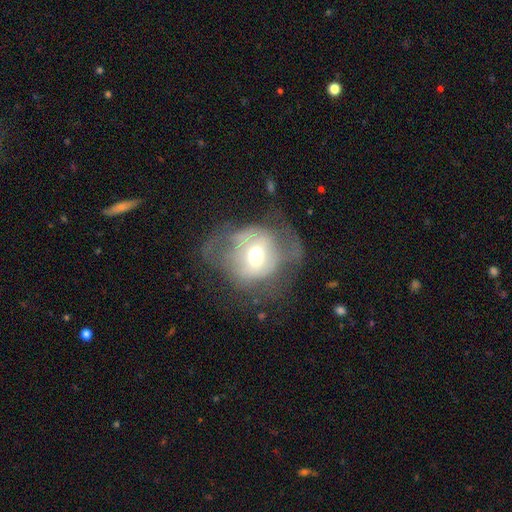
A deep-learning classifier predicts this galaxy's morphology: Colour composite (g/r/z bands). It shows a featured or disk galaxy (49%). Merging: major disturbance (40%).